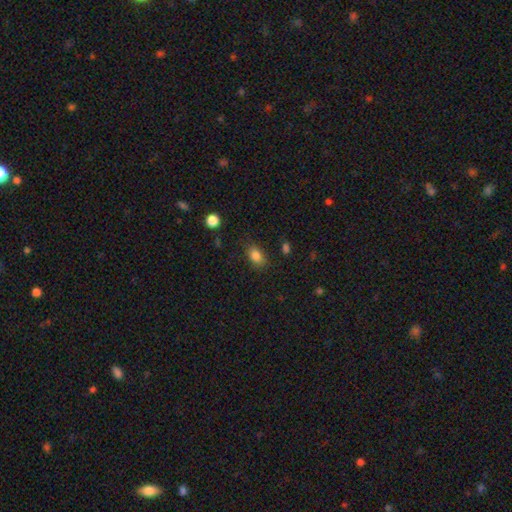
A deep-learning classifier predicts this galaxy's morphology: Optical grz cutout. It shows a smooth galaxy with no disk features (84%) that is in between round and cigar-shaped (80%). Merging: none (76%).